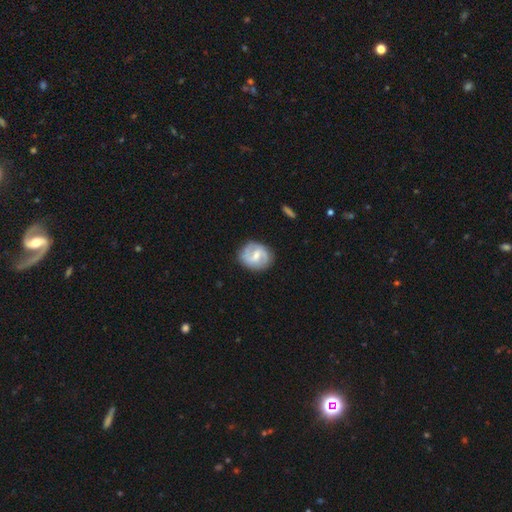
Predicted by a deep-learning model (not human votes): A featured or disk galaxy (71%) with a weak bar (57%), 2 (85%) medium (46%) spiral arms (88%) and a moderate central bulge (51%). Merging: none (80%).